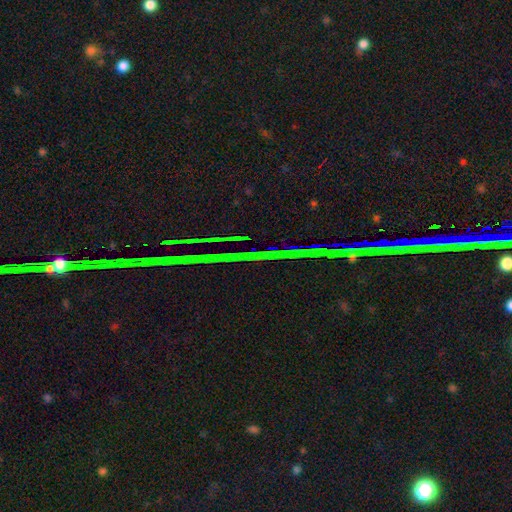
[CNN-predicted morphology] Smooth or featured? Predicted: star or artifact (p=0.86).